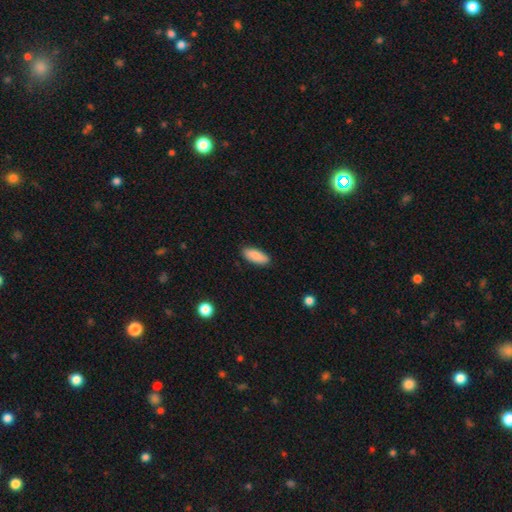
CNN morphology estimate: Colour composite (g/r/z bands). It shows a smooth galaxy with no disk features (87%) that is in between round and cigar-shaped (79%). Merging: none (88%).